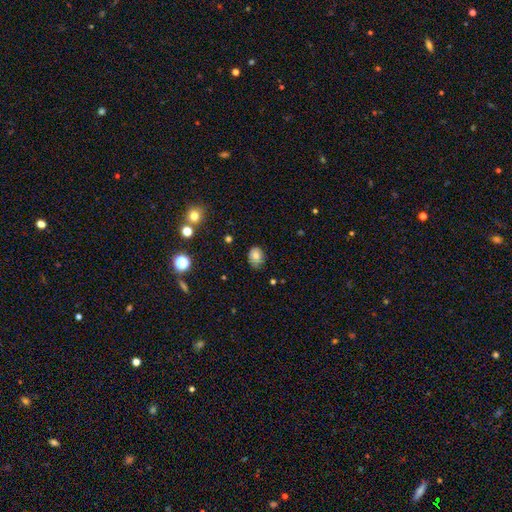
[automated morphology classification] type=smooth (76%); roundness=in between (56%); merging=none (72%).